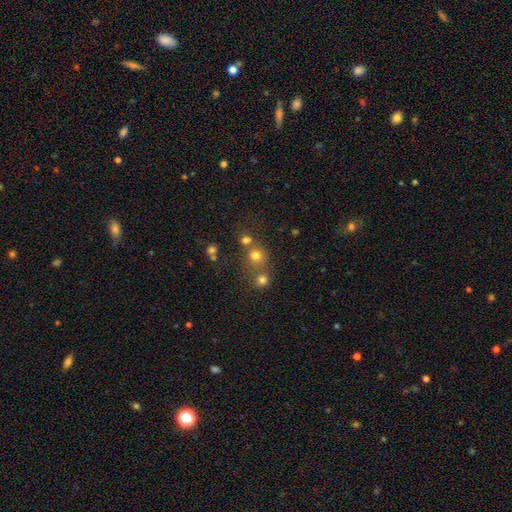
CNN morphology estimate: smooth 71%, star or artifact 20%, featured or disk 9%. Down the decision tree: how rounded — round (87%); merging — none (57%).